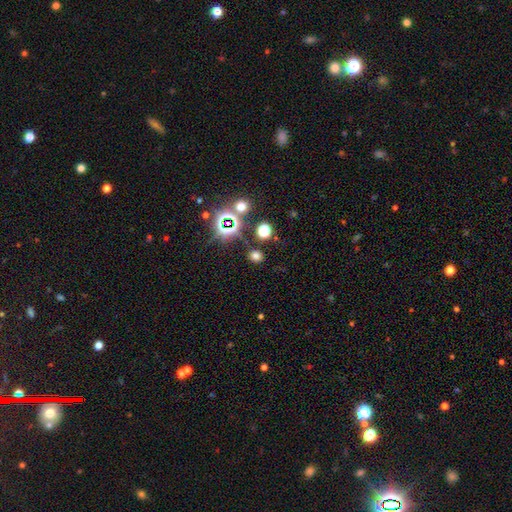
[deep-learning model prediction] Smooth or featured?
  - smooth: 61% *
  - star or artifact: 32%
  - featured or disk: 7%
How rounded?
  - round: 69% *
  - in between: 29%
  - cigar-shaped: 1%
Merging?
  - none: 83% *
  - minor disturbance: 9%
  - merger: 4%
  - major disturbance: 4%